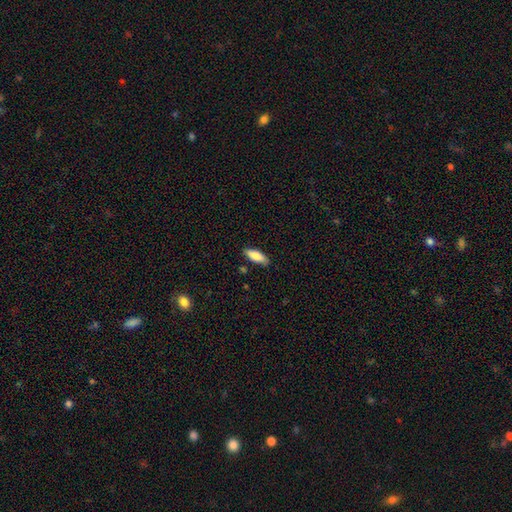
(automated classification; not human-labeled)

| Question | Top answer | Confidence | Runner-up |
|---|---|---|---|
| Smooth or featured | smooth | 81% | featured or disk (13%) |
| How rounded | in between | 67% | cigar-shaped (31%) |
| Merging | none | 83% | minor disturbance (13%) |